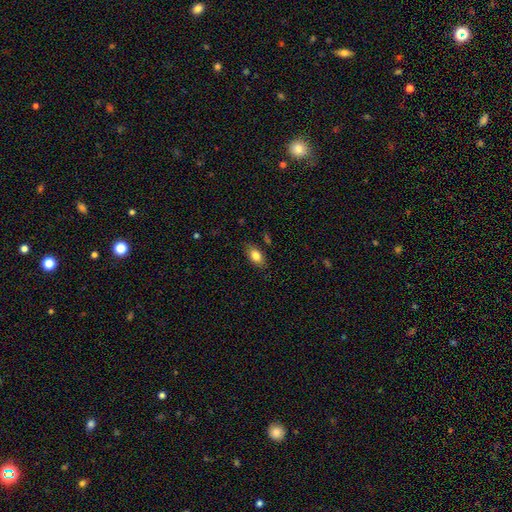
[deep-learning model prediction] Morphology: type=smooth (81%); roundness=in between (87%); merging=none (82%).